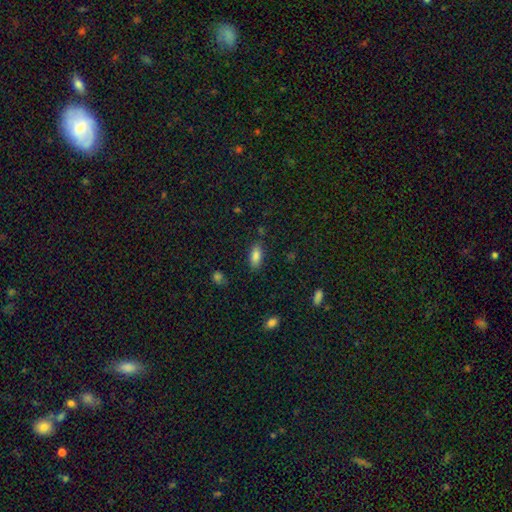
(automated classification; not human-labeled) A smooth galaxy with no disk features (84%) that is in between round and cigar-shaped (87%). Merging: none (82%).